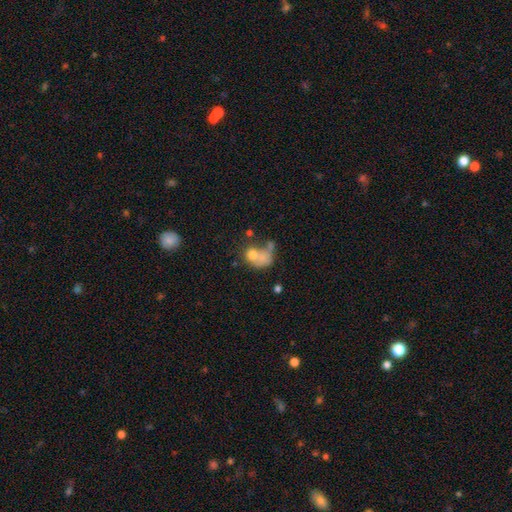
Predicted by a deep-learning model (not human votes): Smooth or featured: smooth — 64% (featured or disk — 24%)
How rounded: in between — 56% (round — 42%)
Merging: merger — 44% (major disturbance — 25%)